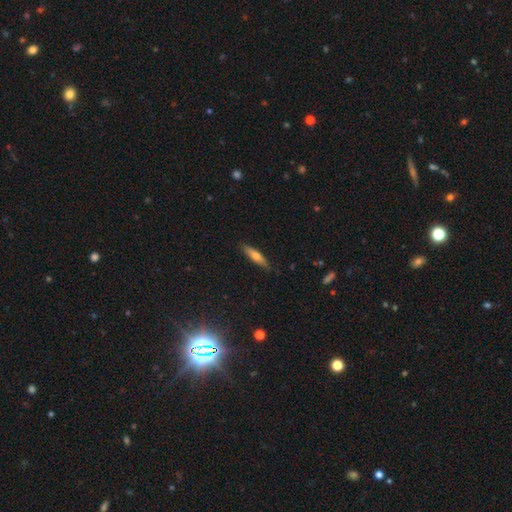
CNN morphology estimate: smooth_or_featured: smooth (p=0.62) [alt: featured or disk p=0.31]
how_rounded: cigar-shaped (p=0.79) [alt: in between p=0.20]
merging: none (p=0.86) [alt: minor disturbance p=0.11]